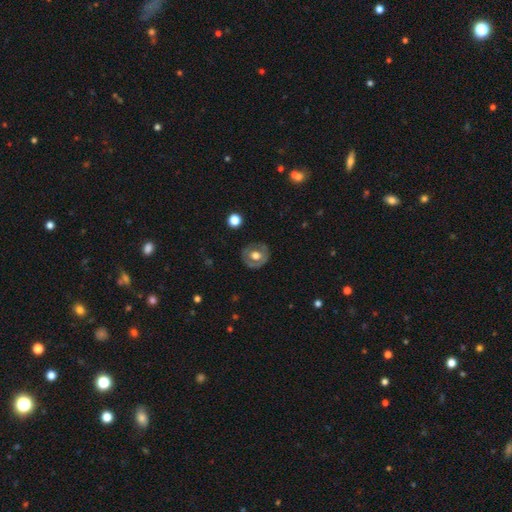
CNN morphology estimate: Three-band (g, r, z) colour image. It shows a featured or disk galaxy (48%). Merging: none (80%).